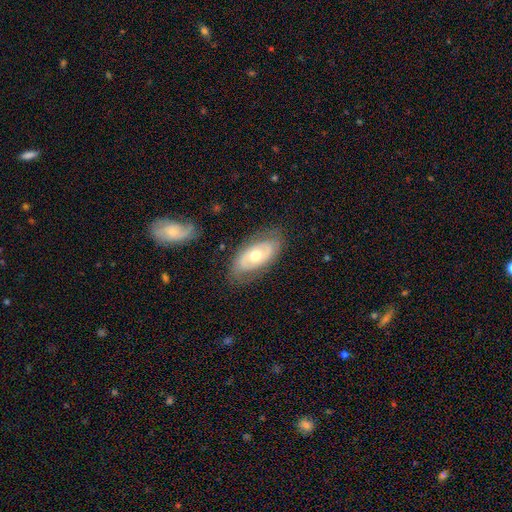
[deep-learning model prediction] Smooth or featured?
  - featured or disk: 59% *
  - smooth: 35%
  - star or artifact: 6%
Edge-on disk?
  - no: 89% *
  - yes: 11%
Bar?
  - no: 80% *
  - weak: 15%
  - strong: 5%
Spiral arms?
  - no: 53% *
  - yes: 47%
Bulge size?
  - moderate: 74% *
  - small: 17%
  - large: 7%
  - dominant: 1%
  - none: 1%
Merging?
  - none: 79% *
  - minor disturbance: 15%
  - major disturbance: 5%
  - merger: 2%